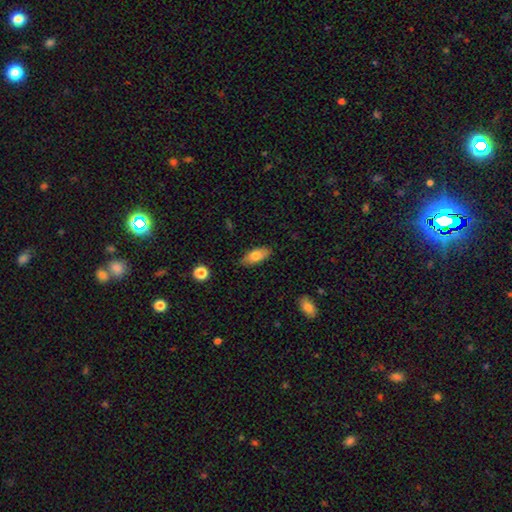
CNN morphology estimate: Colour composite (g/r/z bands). It shows a smooth galaxy with no disk features (74%) that is in between round and cigar-shaped (84%). Merging: none (84%).